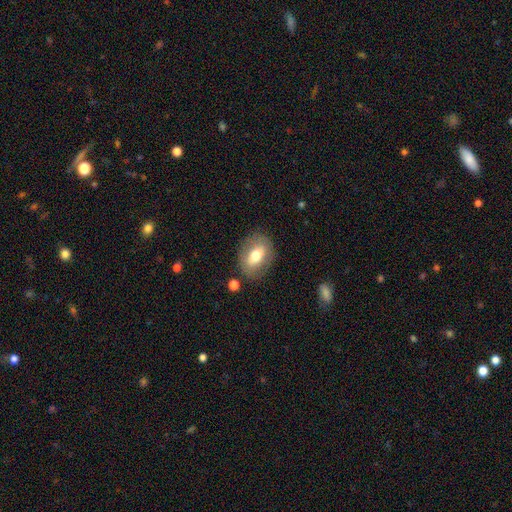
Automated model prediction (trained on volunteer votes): smooth-or-featured: smooth: 62% | featured or disk: 31% | star or artifact: 8%
  how-rounded: in between: 77% | round: 21% | cigar-shaped: 2%
  merging: none: 80% | minor disturbance: 13% | major disturbance: 5% | merger: 2%